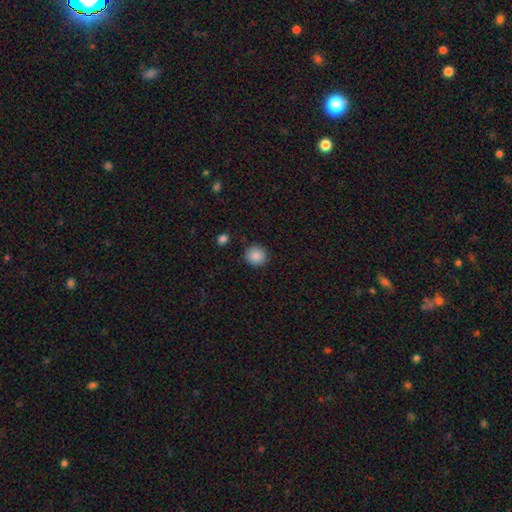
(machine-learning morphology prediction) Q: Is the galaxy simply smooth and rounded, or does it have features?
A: smooth — 88%.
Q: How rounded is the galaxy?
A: round — 92%.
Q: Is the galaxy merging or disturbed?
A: none — 89%.